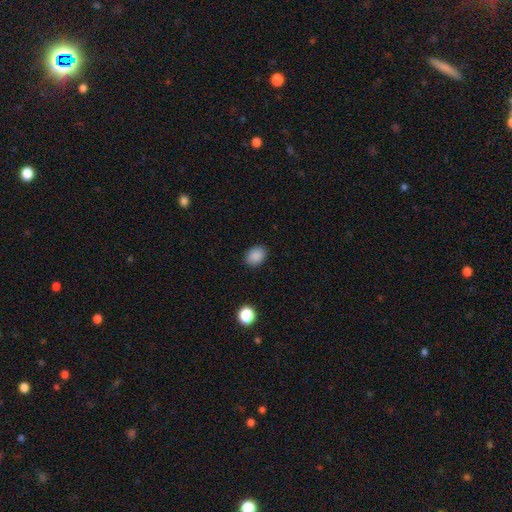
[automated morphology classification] Smooth or featured?
  - smooth: 88% *
  - star or artifact: 9%
  - featured or disk: 3%
How rounded?
  - in between: 63% *
  - round: 36%
  - cigar-shaped: 1%
Merging?
  - none: 88% *
  - minor disturbance: 9%
  - major disturbance: 2%
  - merger: 1%